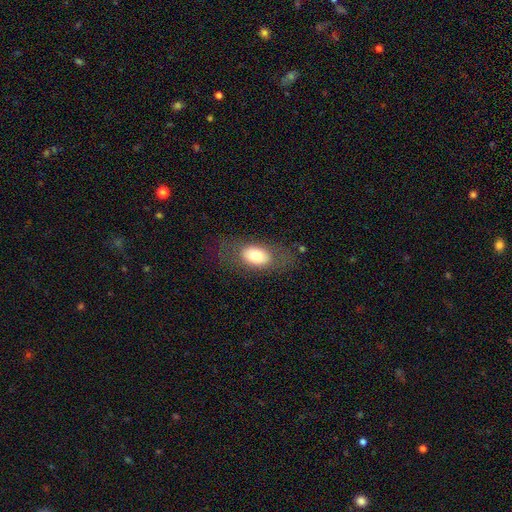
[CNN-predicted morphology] type=smooth (72%); roundness=in between (86%); merging=none (74%).